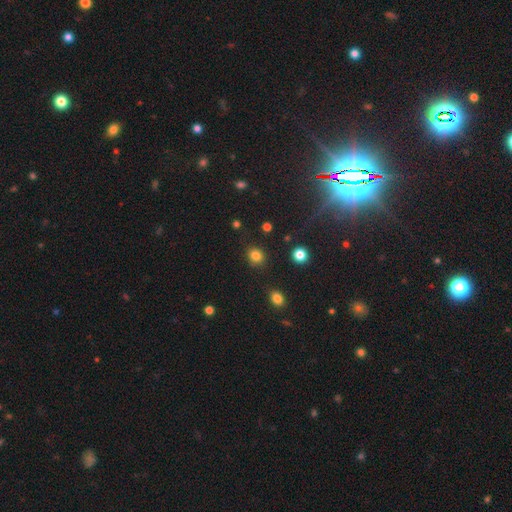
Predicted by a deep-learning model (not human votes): This is clearly a smooth galaxy (83%). How rounded: clearly round (81%). Merging: clearly none (87%).